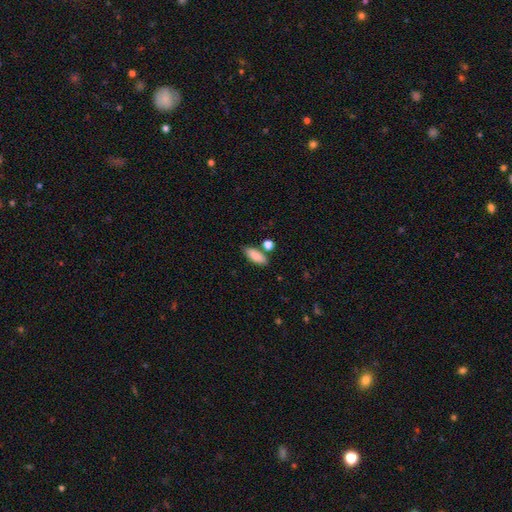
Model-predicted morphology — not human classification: Smooth or featured: smooth — 87% (star or artifact — 6%)
How rounded: in between — 77% (cigar-shaped — 20%)
Merging: none — 75% (minor disturbance — 12%)